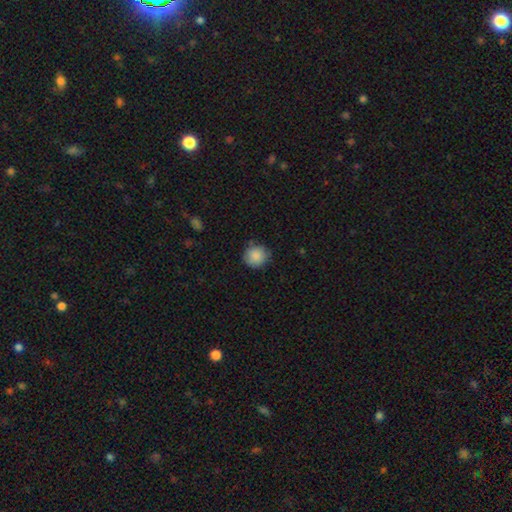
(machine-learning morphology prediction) Smooth or featured: smooth — 88% (star or artifact — 8%)
How rounded: round — 90% (in between — 9%)
Merging: none — 83% (minor disturbance — 13%)